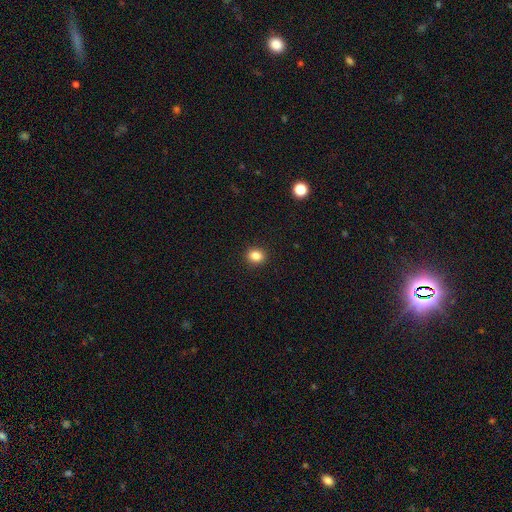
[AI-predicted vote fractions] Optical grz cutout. It shows a smooth galaxy with no disk features (85%) that is round (66%). Merging: none (91%).